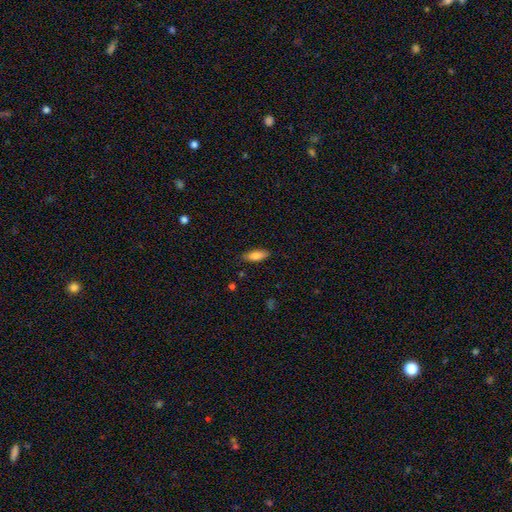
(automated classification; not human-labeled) smooth_or_featured: smooth (p=0.81) [alt: featured or disk p=0.12]
how_rounded: in between (p=0.66) [alt: cigar-shaped p=0.32]
merging: none (p=0.85) [alt: minor disturbance p=0.11]